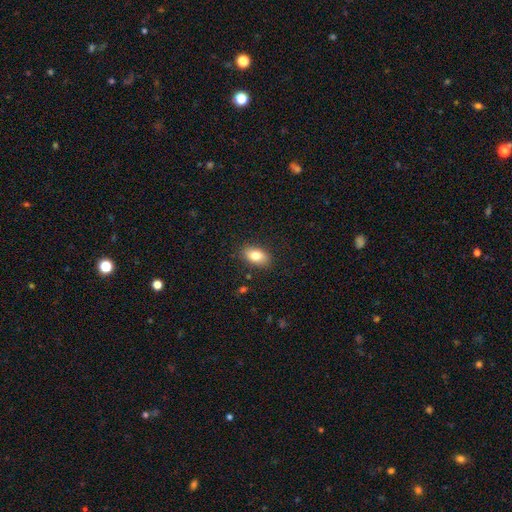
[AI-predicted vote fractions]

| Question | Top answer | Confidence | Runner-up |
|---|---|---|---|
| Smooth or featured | smooth | 80% | featured or disk (12%) |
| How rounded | in between | 89% | round (9%) |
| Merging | none | 86% | minor disturbance (10%) |